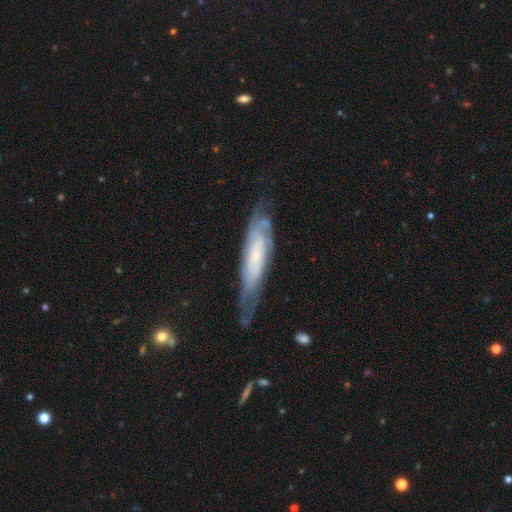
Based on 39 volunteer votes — featured or disk 95%, smooth 5%, star or artifact 0%. Down the decision tree: edge-on disk — no (73%); bar — no (93%); spiral arms — yes (85%); spiral arm count — can't tell (70%); spiral winding — tight (48%, tied with medium); bulge size — small (59%); merging — none (49%).